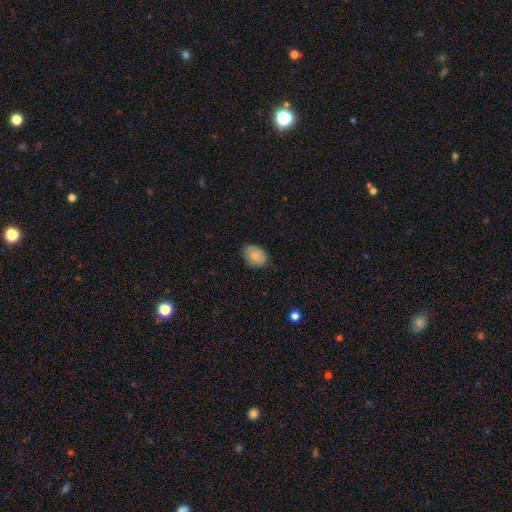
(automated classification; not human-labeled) This appears to be a smooth galaxy with no disk features (80%) that is in between round and cigar-shaped (65%). Merging: none (75%).